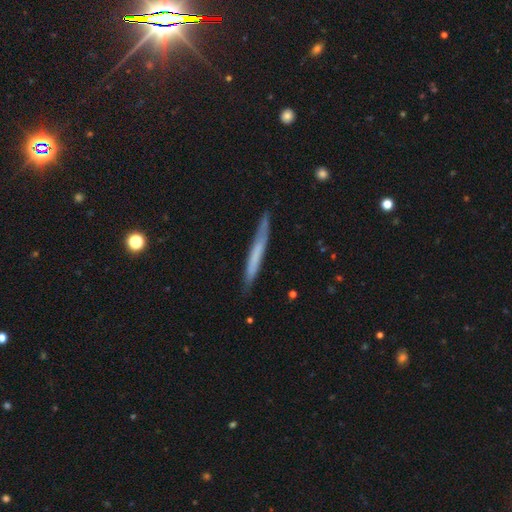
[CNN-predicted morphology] type=smooth (53%); roundness=cigar-shaped (97%); merging=none (85%).